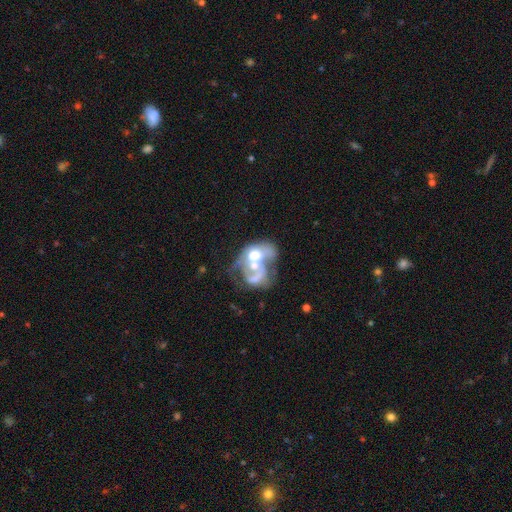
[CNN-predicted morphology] Smooth or featured?
  - featured or disk: 60% *
  - smooth: 30%
  - star or artifact: 11%
Edge-on disk?
  - no: 97% *
  - yes: 3%
Bar?
  - no: 82% *
  - weak: 13%
  - strong: 5%
Spiral arms?
  - no: 73% *
  - yes: 27%
Bulge size?
  - moderate: 53% *
  - large: 23%
  - small: 10%
  - none: 9%
  - dominant: 4%
Merging?
  - merger: 63% *
  - major disturbance: 20%
  - none: 10%
  - minor disturbance: 7%